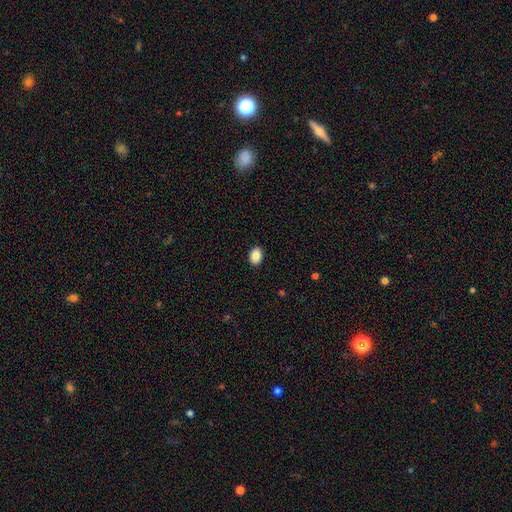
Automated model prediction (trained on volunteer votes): Morphology: type=smooth (87%); roundness=in between (73%); merging=none (90%).